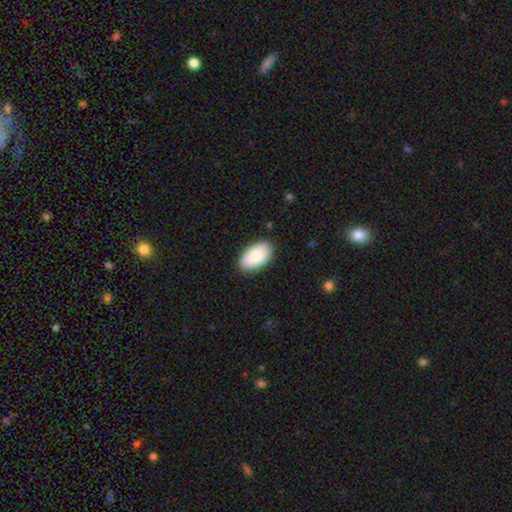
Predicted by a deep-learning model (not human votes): The model was most divided on "smooth or featured": smooth: 84%, featured or disk: 11%, star or artifact: 6%. More confident: how rounded — in between (95%); merging — none (86%).